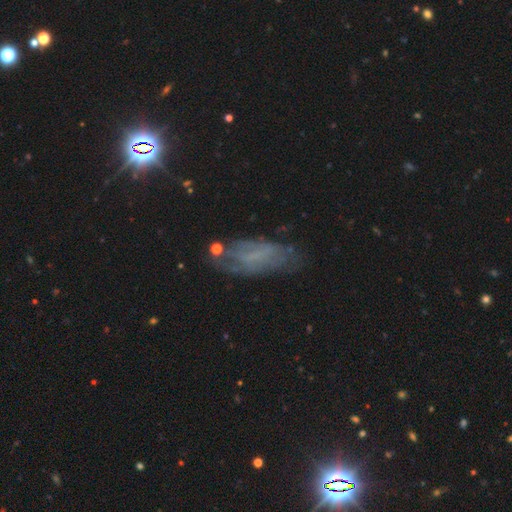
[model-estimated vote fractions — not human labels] Morphology: type=featured or disk (50%); edge-on=no (88%); merging=none (58%).